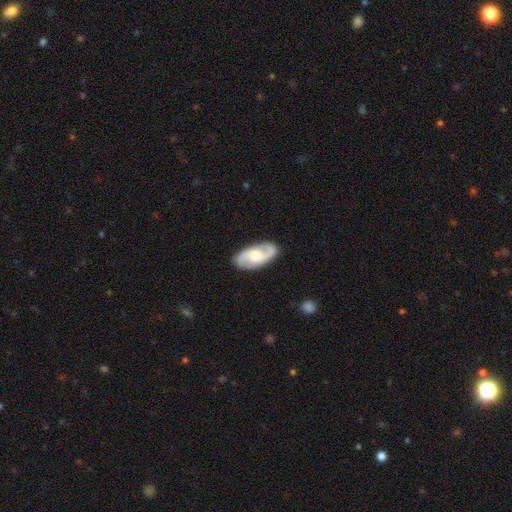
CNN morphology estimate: Smooth or featured? featured or disk (79%)
Edge-on disk? no (95%)
Bar? no (54%)
Spiral arms? yes (94%)
Spiral winding? medium (51%)
Spiral arm count? 2 (91%)
Bulge size? moderate (50%)
Merging? none (86%)